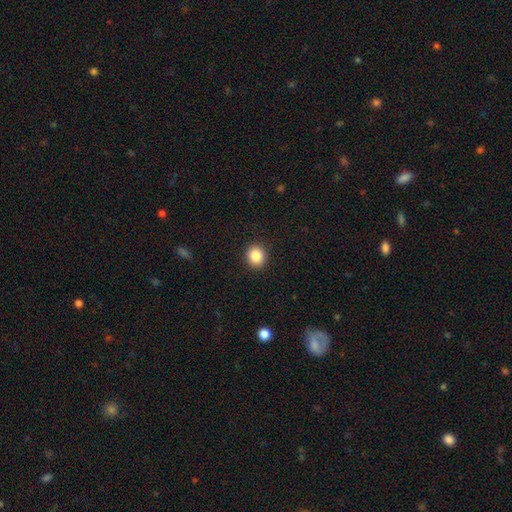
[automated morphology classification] A smooth galaxy with no disk features (85%) that is round (86%).

Vote fractions:
- Smooth or featured? smooth: 85% / star or artifact: 10% / featured or disk: 5%
- How rounded? round: 86% / in between: 13% / cigar-shaped: 1%
- Merging? none: 92% / minor disturbance: 6% / major disturbance: 2% / merger: 1%